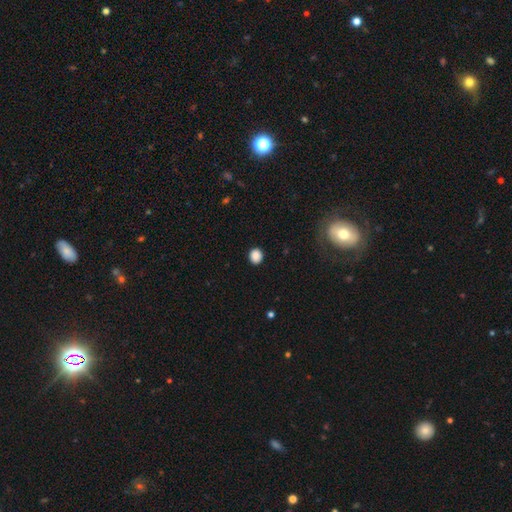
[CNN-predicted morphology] Smooth or featured? Predicted: smooth (p=0.88). How rounded? Predicted: round (p=0.77). Merging? Predicted: none (p=0.91).